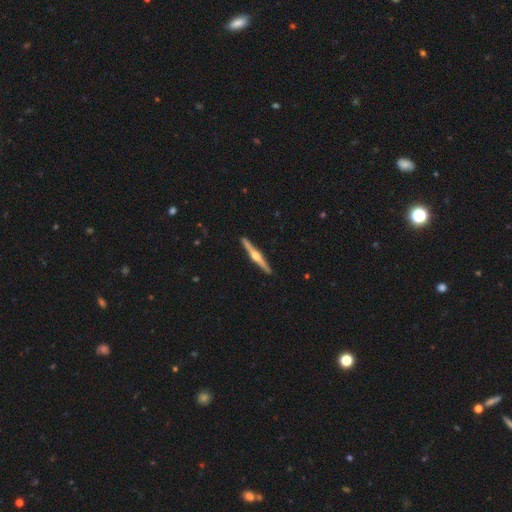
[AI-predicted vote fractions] smooth-or-featured: featured or disk: 79% | smooth: 17% | star or artifact: 4%
  disk-edge-on: yes: 98% | no: 2%
    edge-on-bulge: rounded: 93% | boxy: 4% | none: 3%
  merging: none: 92% | minor disturbance: 5% | major disturbance: 1% | merger: 1%